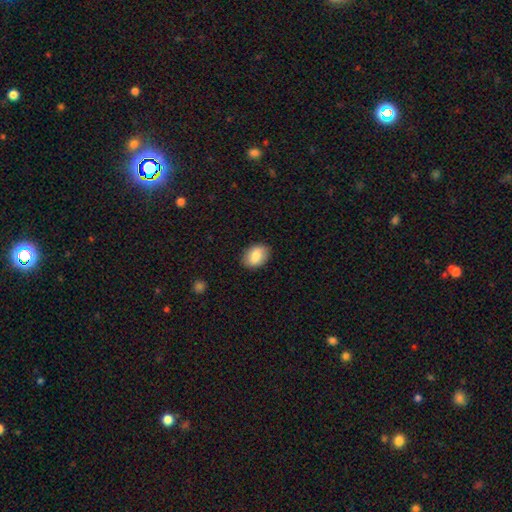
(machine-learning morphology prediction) type=smooth (84%); roundness=in between (78%); merging=none (87%).